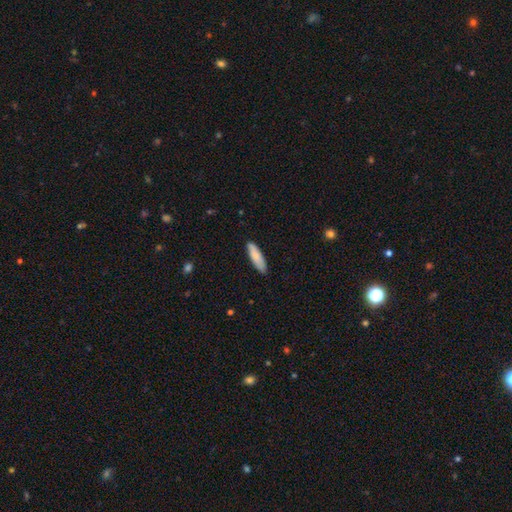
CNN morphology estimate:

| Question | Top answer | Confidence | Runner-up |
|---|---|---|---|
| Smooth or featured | smooth | 85% | featured or disk (10%) |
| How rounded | cigar-shaped | 63% | in between (35%) |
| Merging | none | 87% | minor disturbance (10%) |